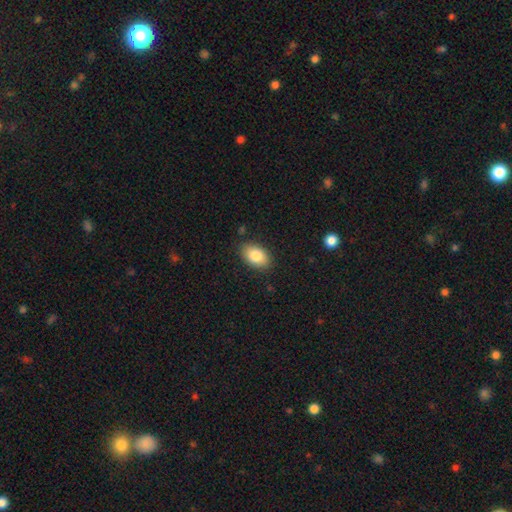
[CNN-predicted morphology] A smooth galaxy with no disk features (84%) that is in between round and cigar-shaped (90%).

Vote fractions:
- Smooth or featured? smooth: 84% / featured or disk: 9% / star or artifact: 7%
- How rounded? in between: 90% / round: 8% / cigar-shaped: 1%
- Merging? none: 86% / minor disturbance: 10% / major disturbance: 2% / merger: 1%